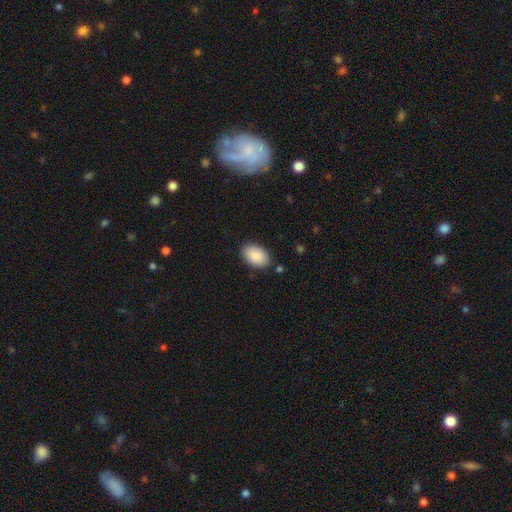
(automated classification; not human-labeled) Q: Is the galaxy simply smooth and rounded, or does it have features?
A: smooth — 90%.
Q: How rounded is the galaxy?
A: in between — 93%.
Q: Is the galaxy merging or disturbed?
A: none — 86%.